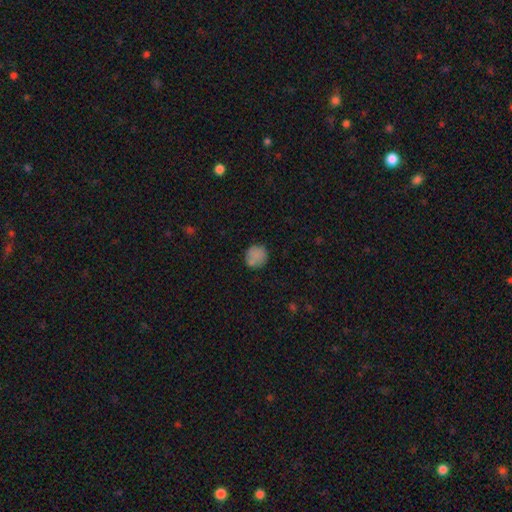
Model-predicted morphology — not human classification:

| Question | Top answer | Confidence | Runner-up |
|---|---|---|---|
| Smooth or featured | smooth | 81% | star or artifact (11%) |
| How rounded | round | 89% | in between (10%) |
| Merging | none | 75% | minor disturbance (14%) |